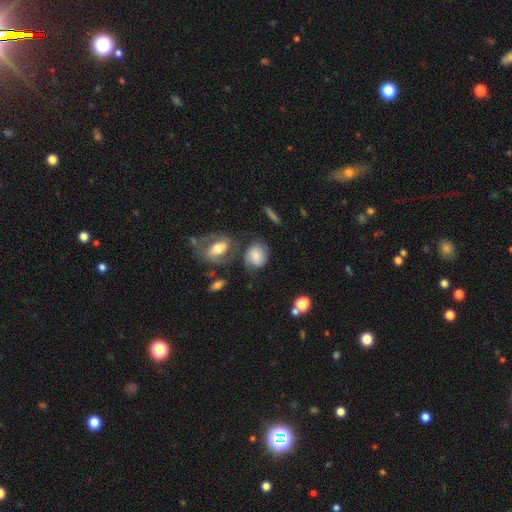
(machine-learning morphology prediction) smooth_or_featured: smooth (p=0.65) [alt: featured or disk p=0.26]
how_rounded: round (p=0.50) [alt: in between p=0.48]
merging: none (p=0.56) [alt: minor disturbance p=0.21]